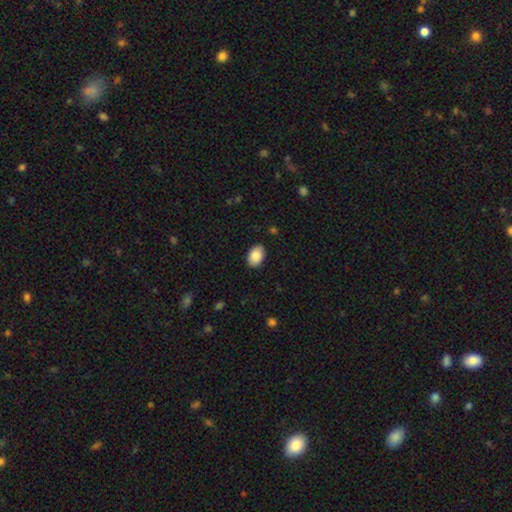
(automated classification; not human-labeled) Smooth or featured? smooth (89%)
How rounded? in between (87%)
Merging? none (88%)